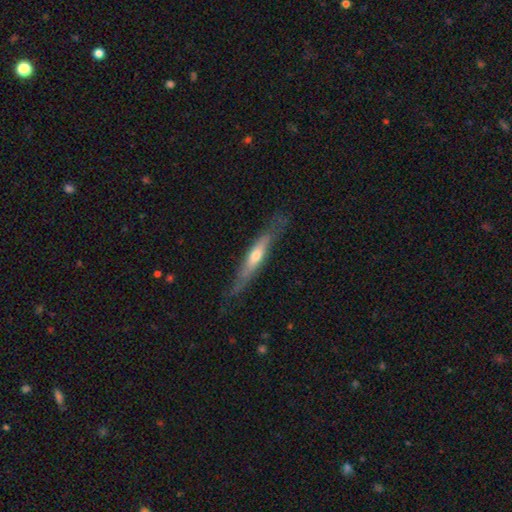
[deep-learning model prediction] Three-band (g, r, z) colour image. It shows a featured or disk galaxy (58%) viewed edge-on (82%). Merging: none (72%).